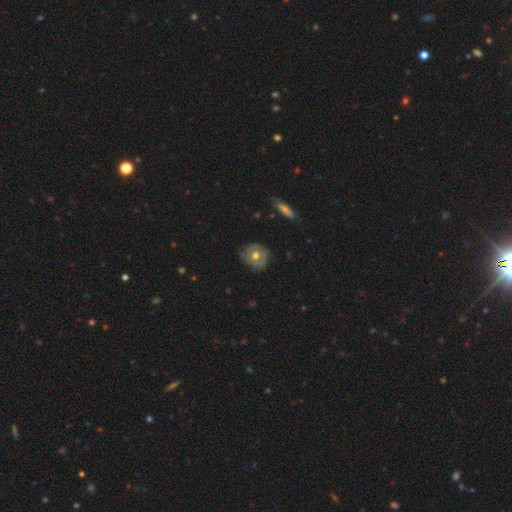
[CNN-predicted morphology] This appears to be a featured or disk galaxy (48%). Merging: none (72%).